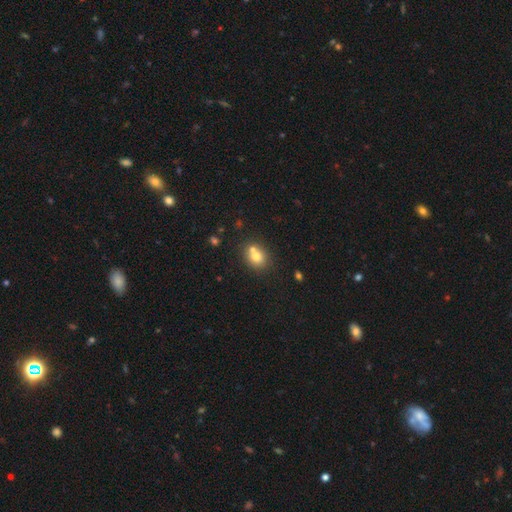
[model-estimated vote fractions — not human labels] Smooth or featured?
  - smooth: 73% *
  - featured or disk: 14%
  - star or artifact: 13%
How rounded?
  - round: 73% *
  - in between: 26%
  - cigar-shaped: 1%
Merging?
  - none: 55% *
  - merger: 33%
  - minor disturbance: 9%
  - major disturbance: 3%